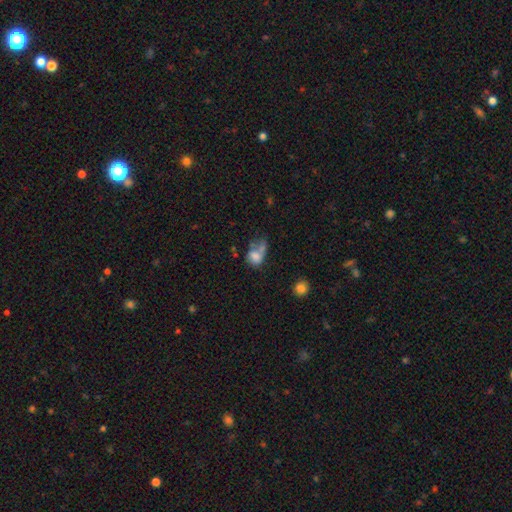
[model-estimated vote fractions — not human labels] The model was most divided on "merging": merger: 32%, major disturbance: 29%, none: 20%, minor disturbance: 19%. More confident: how rounded — in between (66%); smooth or featured — smooth (65%).